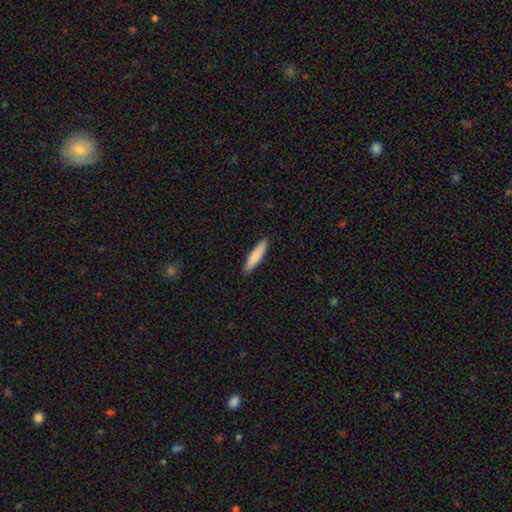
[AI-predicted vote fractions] A smooth galaxy with no disk features (83%) that is cigar-shaped (82%). Merging: none (90%).